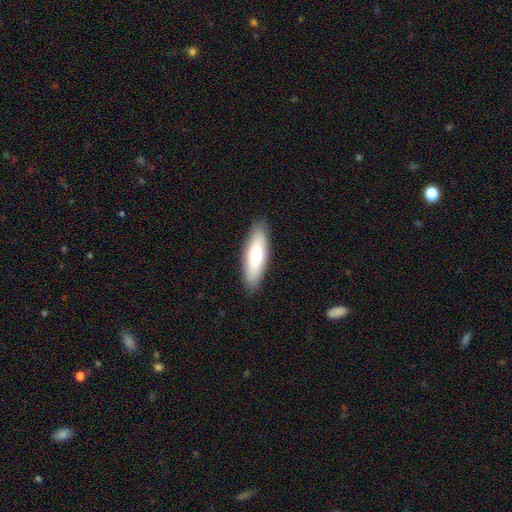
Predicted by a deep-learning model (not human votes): Smooth or featured: smooth — 69% (featured or disk — 26%)
How rounded: cigar-shaped — 50% (in between — 49%)
Merging: none — 88% (minor disturbance — 9%)